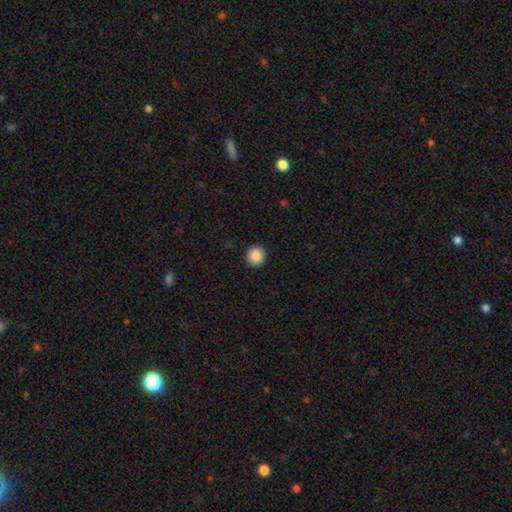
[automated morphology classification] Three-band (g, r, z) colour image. It shows a smooth galaxy with no disk features (89%) that is round (91%). Merging: none (92%).